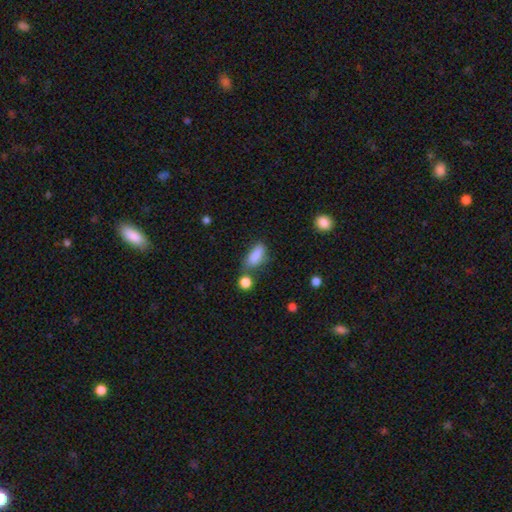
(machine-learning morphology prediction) The model was most divided on "merging": none: 52%, minor disturbance: 23%, merger: 16%, major disturbance: 9%. More confident: smooth or featured — smooth (84%); how rounded — in between (78%).